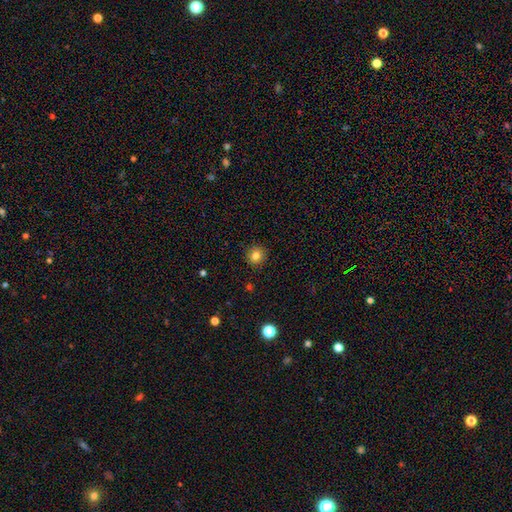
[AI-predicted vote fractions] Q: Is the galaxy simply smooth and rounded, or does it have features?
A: smooth — 82%.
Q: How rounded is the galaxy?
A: round — 90%.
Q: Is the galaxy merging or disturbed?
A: none — 91%.